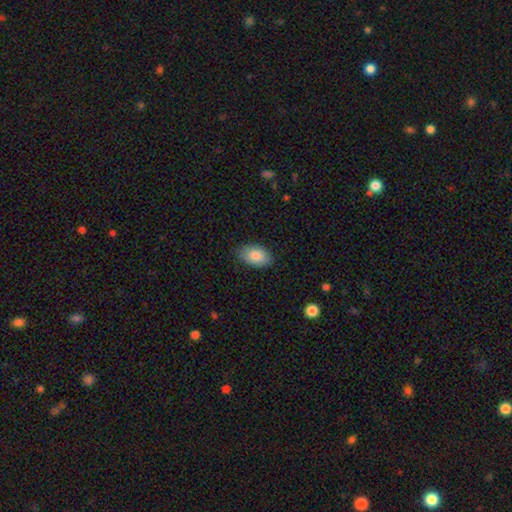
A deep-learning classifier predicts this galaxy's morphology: smooth 84%, featured or disk 9%, star or artifact 6%. Down the decision tree: how rounded — in between (91%); merging — none (82%).